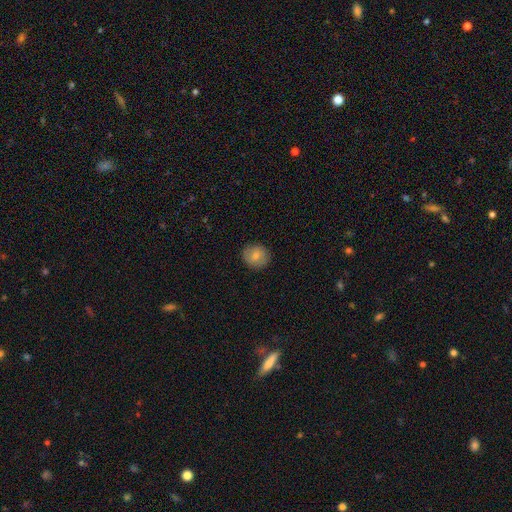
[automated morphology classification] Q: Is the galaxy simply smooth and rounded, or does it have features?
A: smooth — 77%.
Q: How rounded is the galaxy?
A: round — 87%.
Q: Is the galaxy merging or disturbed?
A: none — 88%.